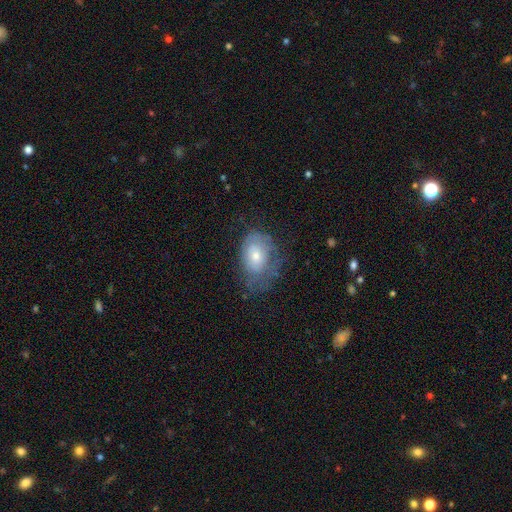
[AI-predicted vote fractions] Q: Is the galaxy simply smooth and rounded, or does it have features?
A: smooth — 54%.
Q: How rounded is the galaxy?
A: in between — 79%.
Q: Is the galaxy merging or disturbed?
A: none — 51%.